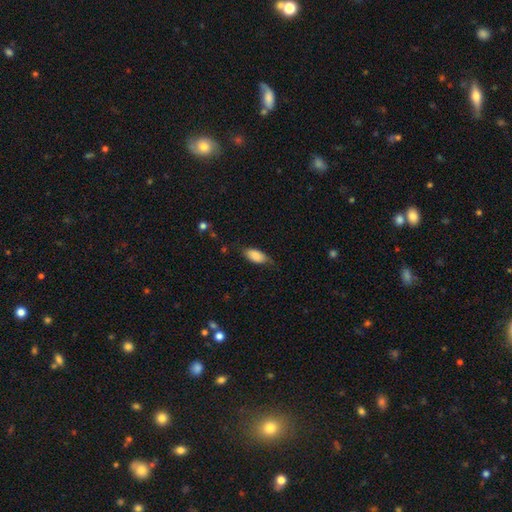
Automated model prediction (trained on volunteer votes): smooth 86%, featured or disk 8%, star or artifact 6%. Down the decision tree: how rounded — in between (89%); merging — none (65%).